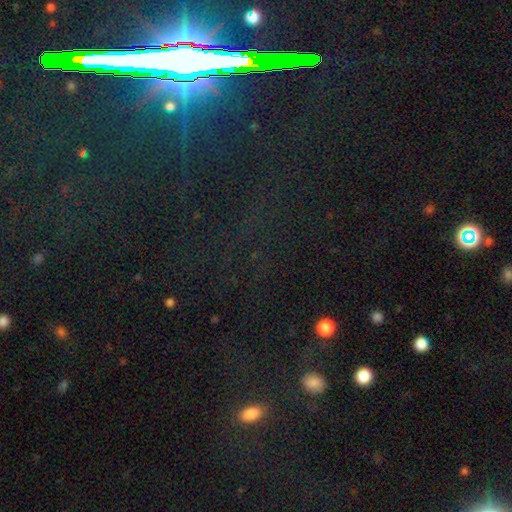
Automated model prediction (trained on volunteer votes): Smooth or featured: star or artifact — 78% (smooth — 13%)